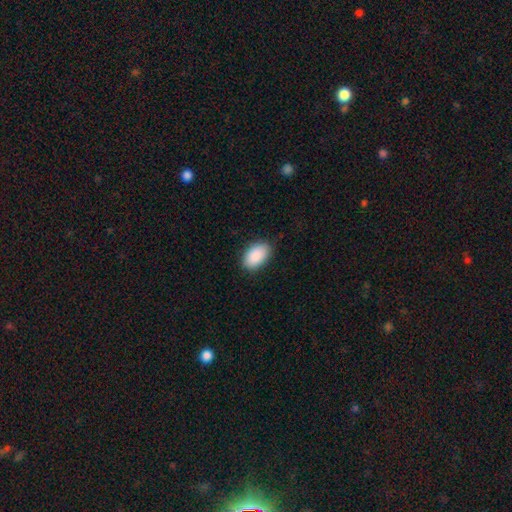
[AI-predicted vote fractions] Overall: smooth (91%). How rounded: in between (94%). Merging: none (86%).